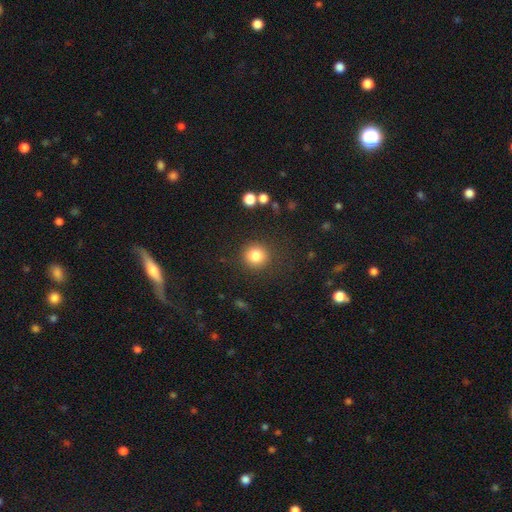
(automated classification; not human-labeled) Morphology: type=smooth (83%); roundness=round (91%); merging=none (86%).